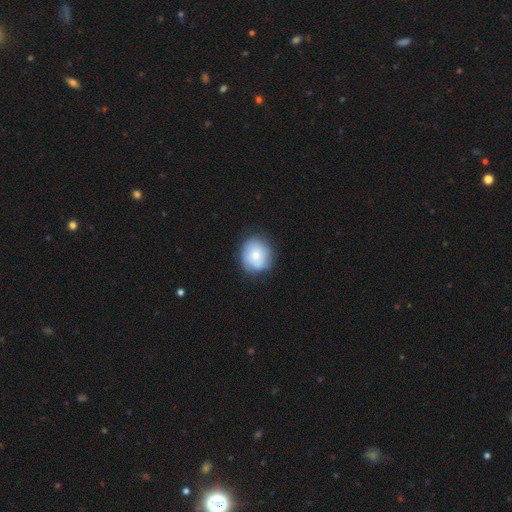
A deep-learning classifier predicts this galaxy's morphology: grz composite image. It shows a smooth galaxy with no disk features (70%) that is round (80%). Merging: none (77%).